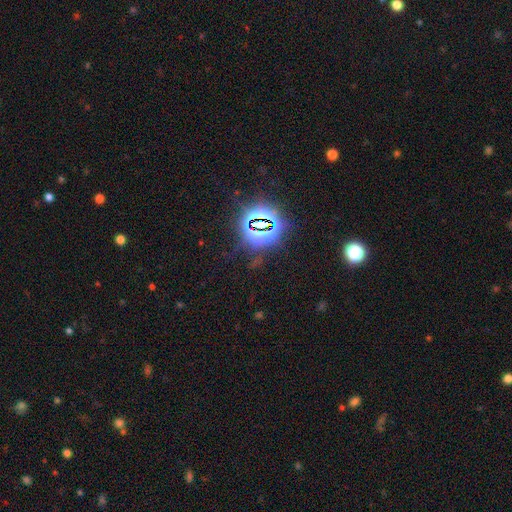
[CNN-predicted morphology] A star or artifact, not a galaxy (81%).

Vote fractions:
- Smooth or featured? star or artifact: 81% / smooth: 11% / featured or disk: 8%